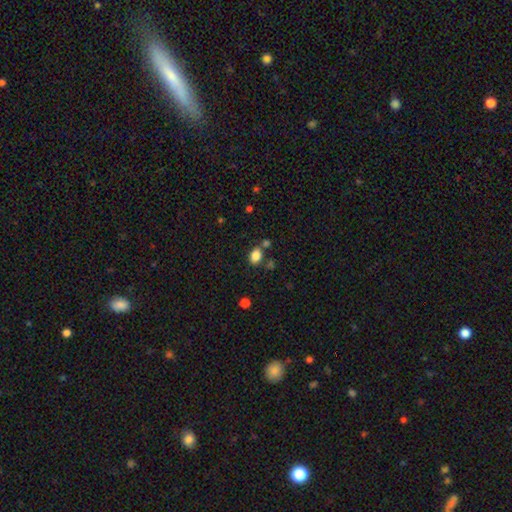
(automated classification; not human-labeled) A smooth galaxy with no disk features (84%) that is in between round and cigar-shaped (73%).

Vote fractions:
- Smooth or featured? smooth: 84% / star or artifact: 10% / featured or disk: 5%
- How rounded? in between: 73% / round: 25% / cigar-shaped: 1%
- Merging? none: 71% / minor disturbance: 13% / merger: 13% / major disturbance: 4%